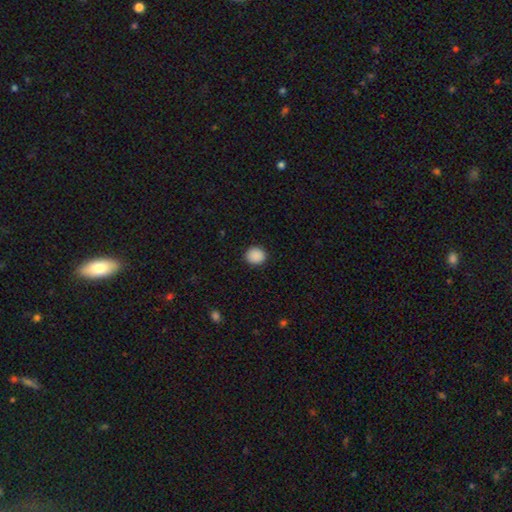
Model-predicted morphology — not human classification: Overall: smooth (89%). How rounded: round (85%). Merging: none (91%).